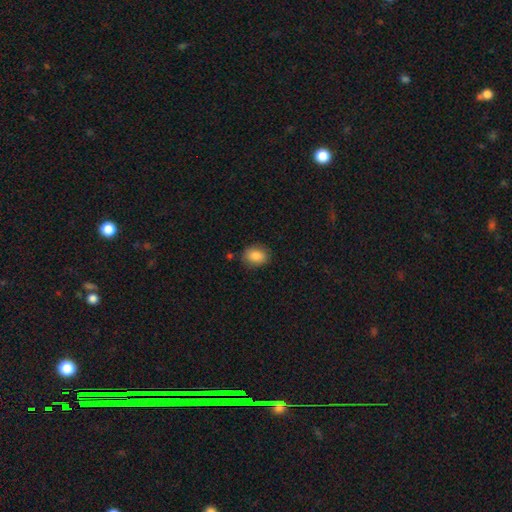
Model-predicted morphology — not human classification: smooth 86%, star or artifact 8%, featured or disk 6%. Down the decision tree: how rounded — in between (63%); merging — none (83%).